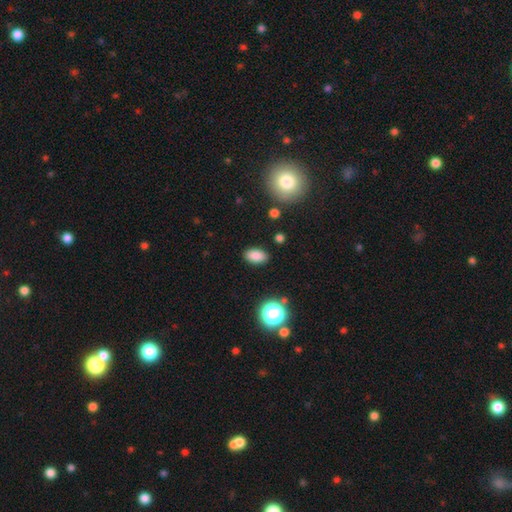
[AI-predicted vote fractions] smooth-or-featured: smooth: 84% | star or artifact: 11% | featured or disk: 5%
  how-rounded: in between: 89% | round: 9% | cigar-shaped: 2%
  merging: none: 88% | minor disturbance: 9% | major disturbance: 2% | merger: 1%